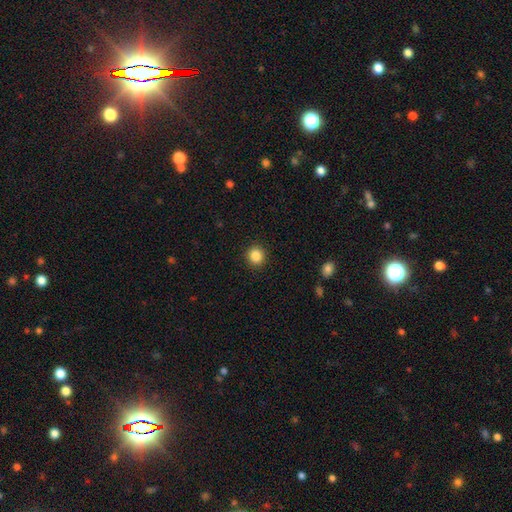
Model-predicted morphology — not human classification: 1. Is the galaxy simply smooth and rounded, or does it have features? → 86% smooth, 10% star or artifact, 4% featured or disk.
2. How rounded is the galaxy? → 91% round, 8% in between, 1% cigar-shaped.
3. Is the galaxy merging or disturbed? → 92% none, 5% minor disturbance, 2% major disturbance, 1% merger.